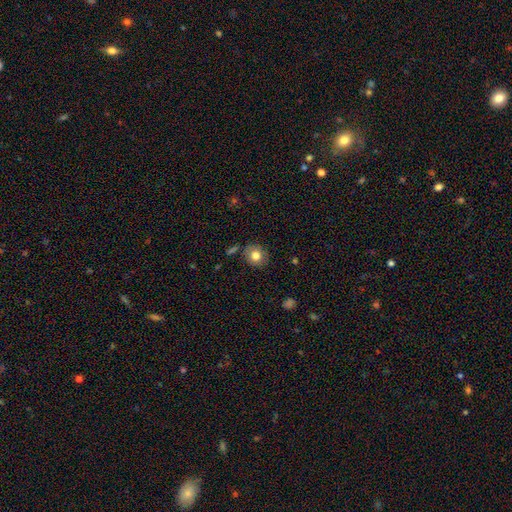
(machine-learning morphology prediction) Smooth or featured? Predicted: smooth (p=0.79). How rounded? Predicted: round (p=0.79). Merging? Predicted: none (p=0.82).